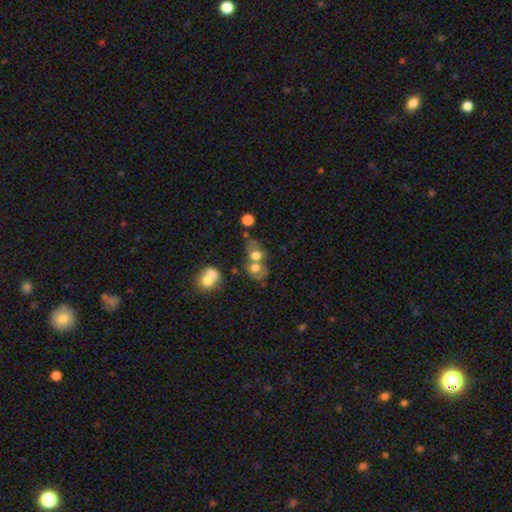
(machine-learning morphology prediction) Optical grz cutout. It shows a smooth galaxy with no disk features (64%) that is round (57%). Merging: merger (60%).